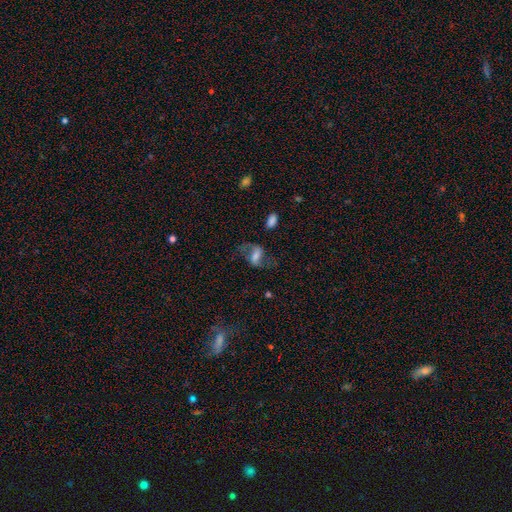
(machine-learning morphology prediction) type=featured or disk (61%); edge-on=no (94%); bar=weak (41%); spiral arms=yes (86%); bulge=moderate (34%); merging=none (60%).